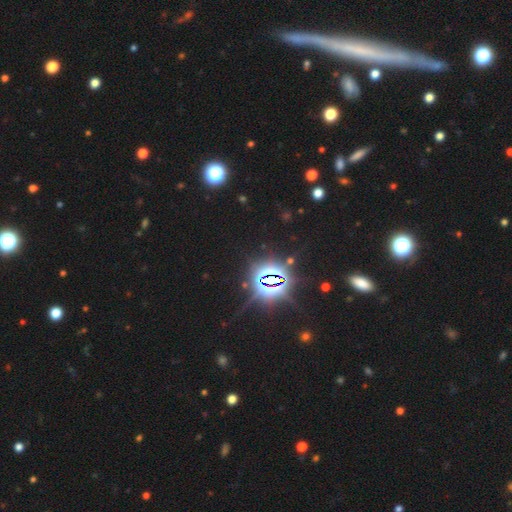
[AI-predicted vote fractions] A star or artifact, not a galaxy (72%).